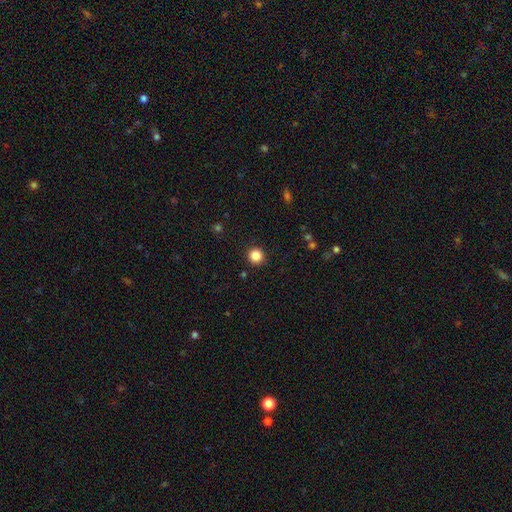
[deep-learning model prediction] Smooth or featured? smooth (85%)
How rounded? round (95%)
Merging? none (92%)